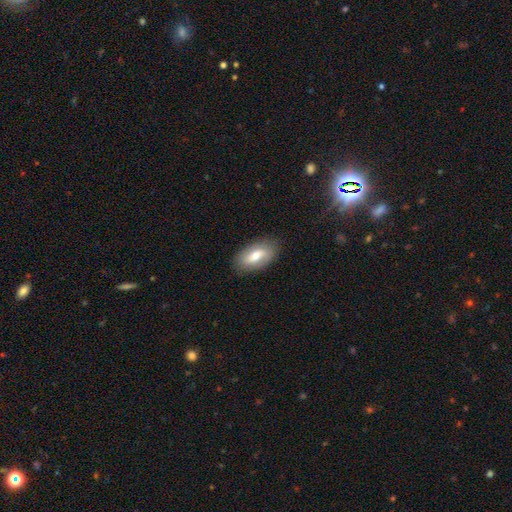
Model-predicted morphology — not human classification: The model was most divided on "smooth or featured": smooth: 64%, featured or disk: 29%, star or artifact: 7%. More confident: how rounded — in between (90%); merging — none (85%).